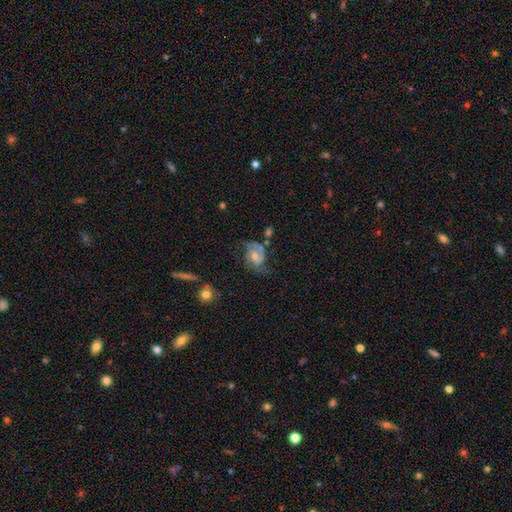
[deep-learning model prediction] smooth-or-featured: featured or disk: 72% | smooth: 21% | star or artifact: 8%
  disk-edge-on: no: 97% | yes: 3%
    bar: no: 55% | weak: 38% | strong: 7%
    has-spiral-arms: yes: 89% | no: 11%
      spiral-winding: medium: 48% | tight: 28% | loose: 24%
      spiral-arm-count: 2: 75% | can't tell: 12% | 1: 6% | 3: 5% | 4: 1% | more than 4: 1%
    bulge-size: moderate: 49% | small: 36% | none: 8% | large: 6% | dominant: 1%
  merging: none: 45% | minor disturbance: 27% | major disturbance: 22% | merger: 6%